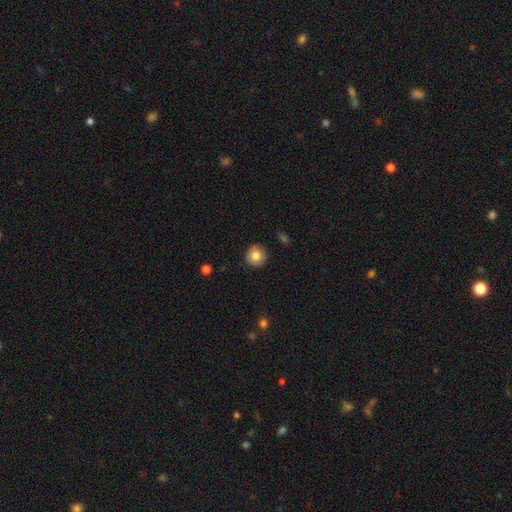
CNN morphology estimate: Q: Smooth or featured?
A: smooth (80%); runner-up: featured or disk (11%)
Q: How rounded?
A: round (93%); runner-up: in between (6%)
Q: Merging?
A: none (89%); runner-up: minor disturbance (8%)